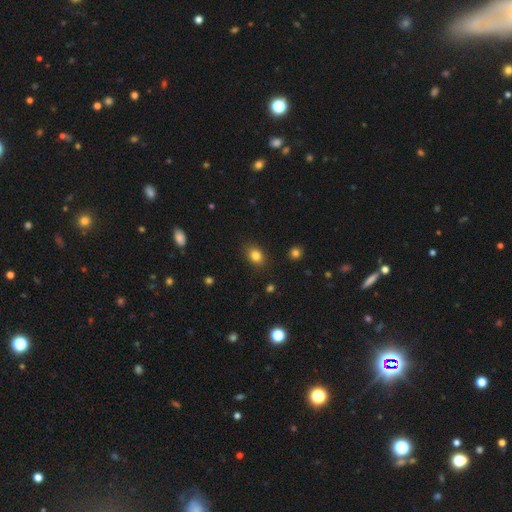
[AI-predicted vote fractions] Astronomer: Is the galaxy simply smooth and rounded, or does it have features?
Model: smooth — 83%.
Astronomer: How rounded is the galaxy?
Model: in between — 64%.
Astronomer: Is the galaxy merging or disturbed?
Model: none — 86%.